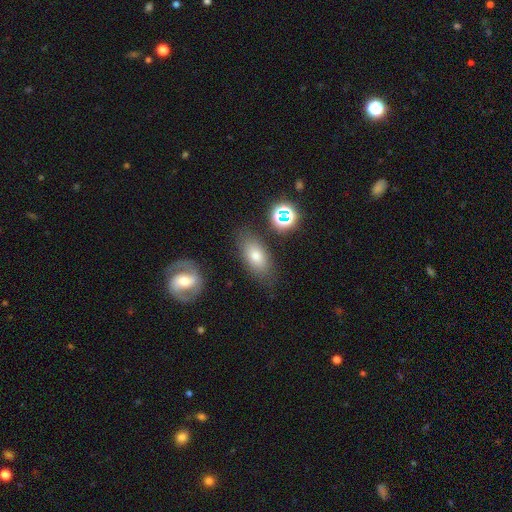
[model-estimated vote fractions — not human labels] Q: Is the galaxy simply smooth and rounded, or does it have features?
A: smooth — 69%.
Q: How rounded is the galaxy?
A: in between — 86%.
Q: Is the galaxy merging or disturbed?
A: none — 77%.